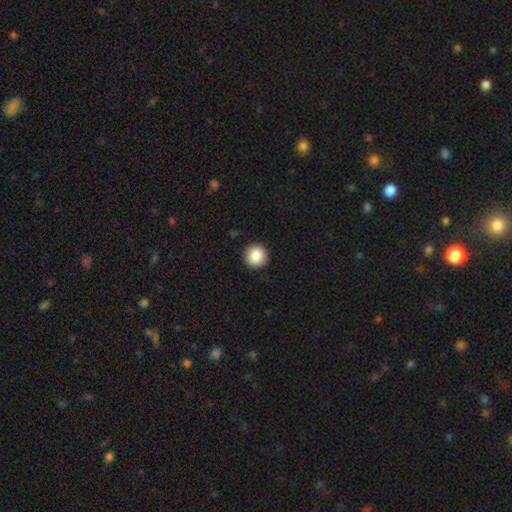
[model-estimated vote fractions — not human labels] This is clearly a smooth galaxy (88%). How rounded: clearly round (95%). Merging: clearly none (92%).